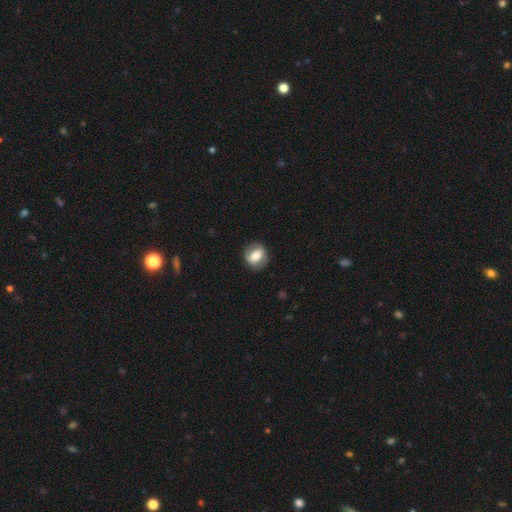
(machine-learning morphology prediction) smooth_or_featured: smooth (p=0.57) [alt: featured or disk p=0.35]
how_rounded: round (p=0.67) [alt: in between p=0.32]
merging: none (p=0.85) [alt: minor disturbance p=0.11]